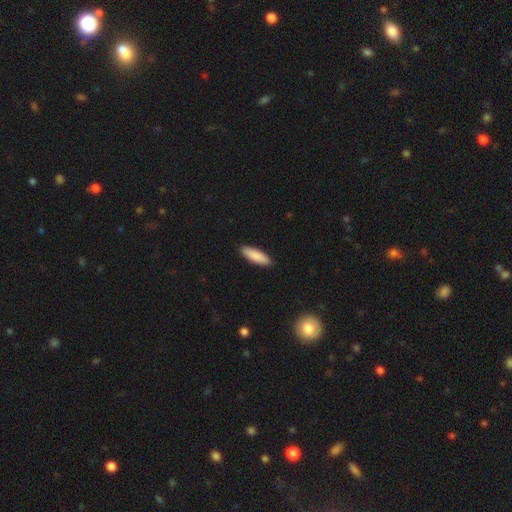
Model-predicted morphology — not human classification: Smooth or featured? Predicted: smooth (p=0.88). How rounded? Predicted: in between (p=0.50). Merging? Predicted: none (p=0.90).